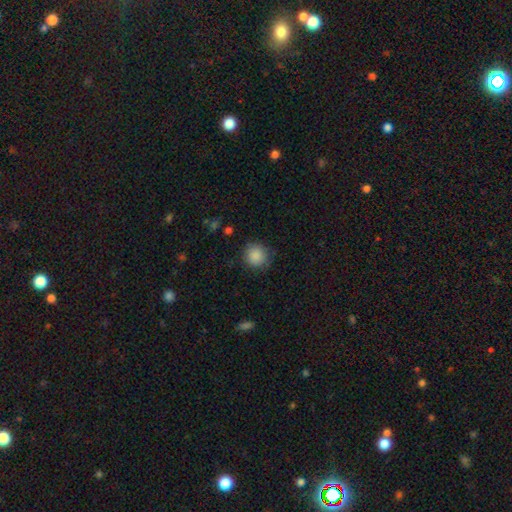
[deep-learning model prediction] A smooth galaxy with no disk features (88%) that is round (92%). Merging: none (86%).